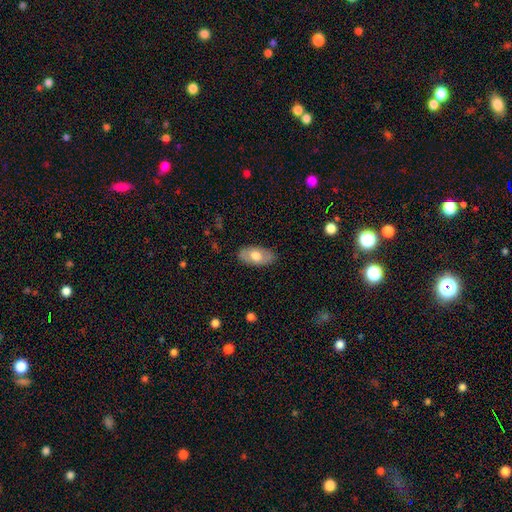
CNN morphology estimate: Overall: smooth (63%; featured or disk 31%). How rounded: in between (93%). Merging: none (84%).